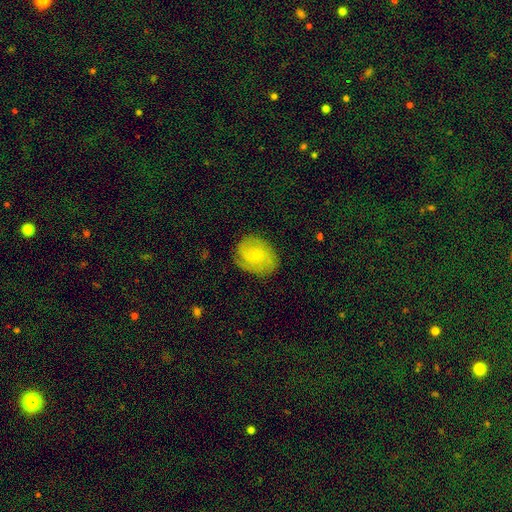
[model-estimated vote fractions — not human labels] smooth-or-featured: featured or disk: 53% | smooth: 39% | star or artifact: 8%
  disk-edge-on: no: 96% | yes: 4%
    bar: no: 70% | weak: 25% | strong: 4%
    has-spiral-arms: yes: 84% | no: 16%
    bulge-size: small: 75% | moderate: 20% | none: 3% | large: 1% | dominant: 1%
  merging: none: 74% | minor disturbance: 18% | major disturbance: 6% | merger: 1%